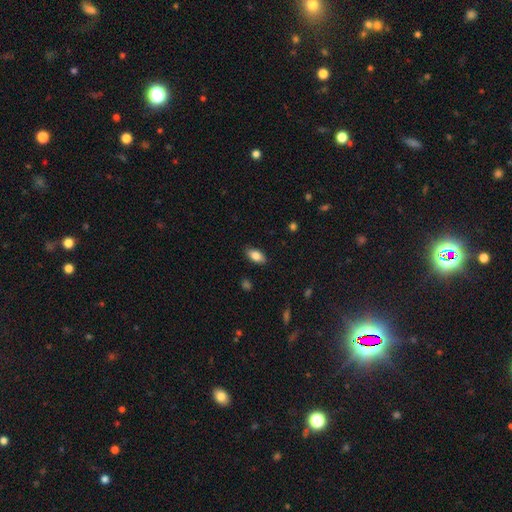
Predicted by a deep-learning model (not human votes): This appears to be a smooth galaxy with no disk features (83%) that is in between round and cigar-shaped (91%). Merging: none (87%).